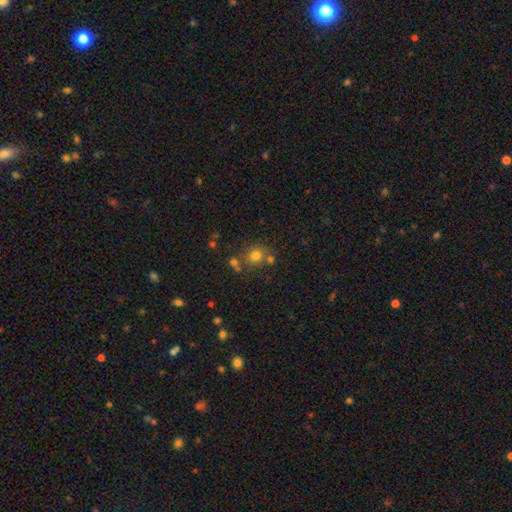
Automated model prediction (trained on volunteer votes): smooth-or-featured: smooth: 74% | star or artifact: 17% | featured or disk: 9%
  how-rounded: round: 82% | in between: 17% | cigar-shaped: 1%
  merging: none: 67% | merger: 18% | minor disturbance: 11% | major disturbance: 4%